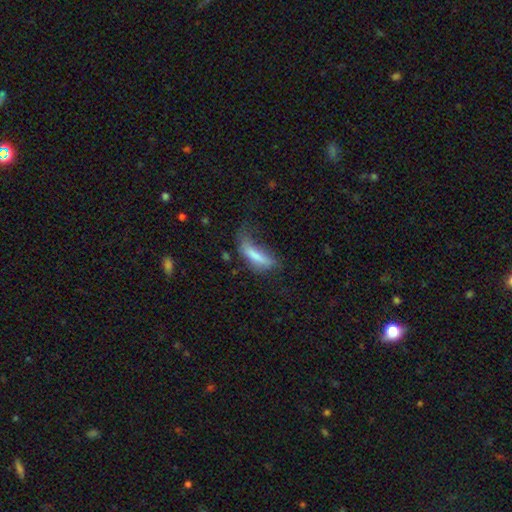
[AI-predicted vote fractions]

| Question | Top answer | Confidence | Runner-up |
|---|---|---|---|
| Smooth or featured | smooth | 71% | featured or disk (21%) |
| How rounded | cigar-shaped | 56% | in between (41%) |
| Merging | major disturbance | 38% | minor disturbance (30%) |